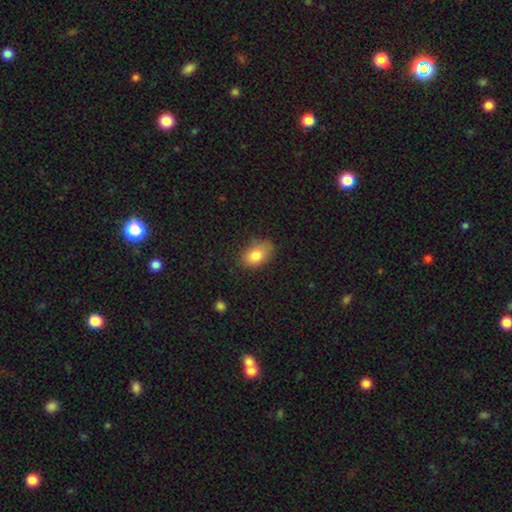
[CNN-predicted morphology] Q: Smooth or featured?
A: smooth (81%); runner-up: featured or disk (10%)
Q: How rounded?
A: in between (84%); runner-up: round (15%)
Q: Merging?
A: none (69%); runner-up: minor disturbance (24%)